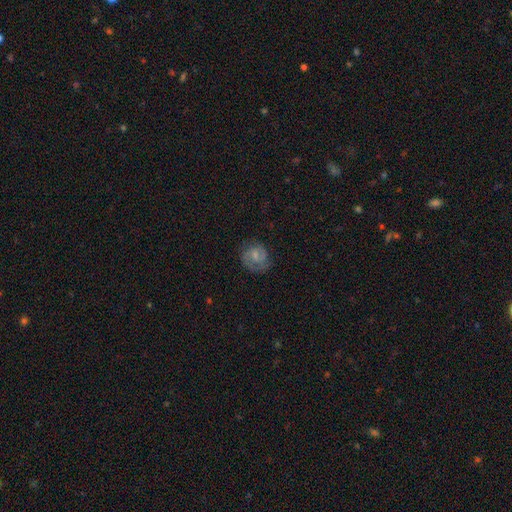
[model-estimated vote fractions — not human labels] Smooth or featured?
  - featured or disk: 47% *
  - smooth: 45%
  - star or artifact: 9%
Merging?
  - none: 62% *
  - minor disturbance: 22%
  - major disturbance: 15%
  - merger: 1%